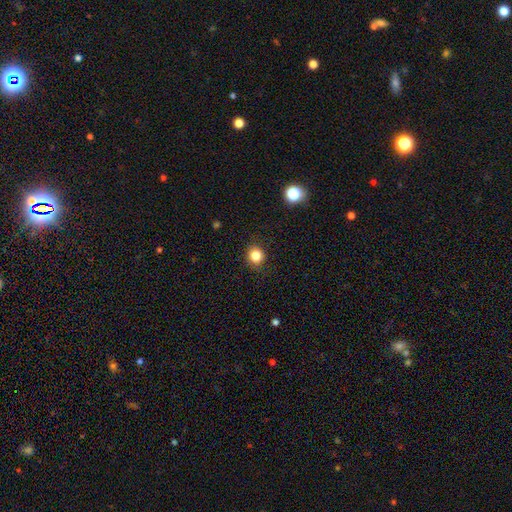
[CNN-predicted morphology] A smooth galaxy with no disk features (83%) that is round (86%). Merging: none (89%).